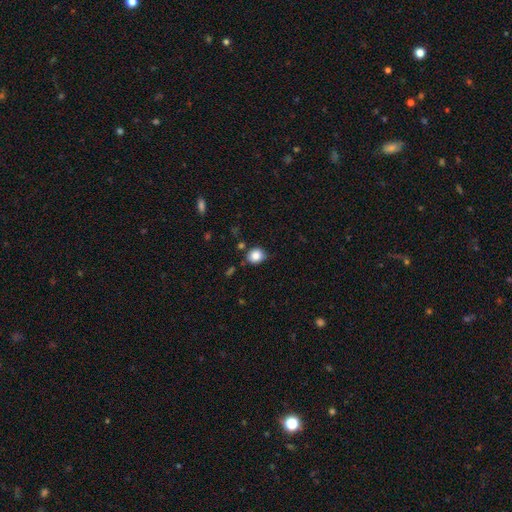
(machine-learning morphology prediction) Smooth or featured?
  - smooth: 84% *
  - star or artifact: 10%
  - featured or disk: 6%
How rounded?
  - round: 71% *
  - in between: 28%
  - cigar-shaped: 1%
Merging?
  - none: 76% *
  - minor disturbance: 17%
  - merger: 4%
  - major disturbance: 4%